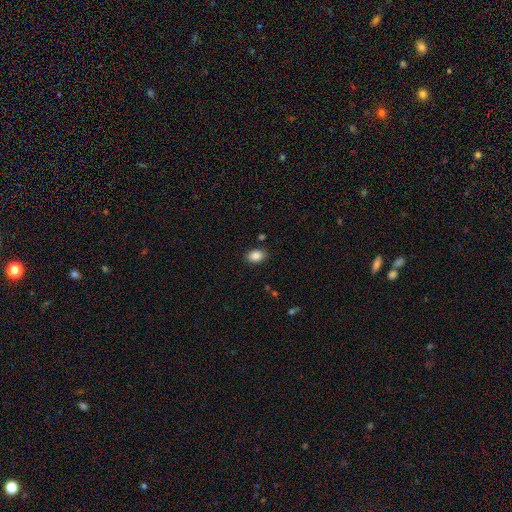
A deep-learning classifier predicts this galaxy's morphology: This is clearly a smooth galaxy (87%). How rounded: clearly in between (84%). Merging: clearly none (85%).